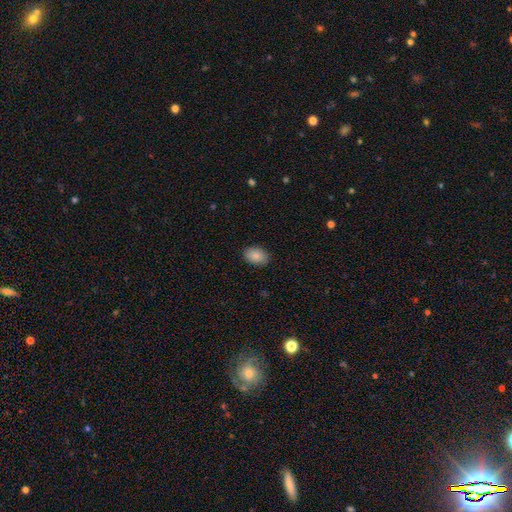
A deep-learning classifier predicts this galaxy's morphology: Smooth or featured? Predicted: smooth (p=0.86). How rounded? Predicted: in between (p=0.82). Merging? Predicted: none (p=0.88).